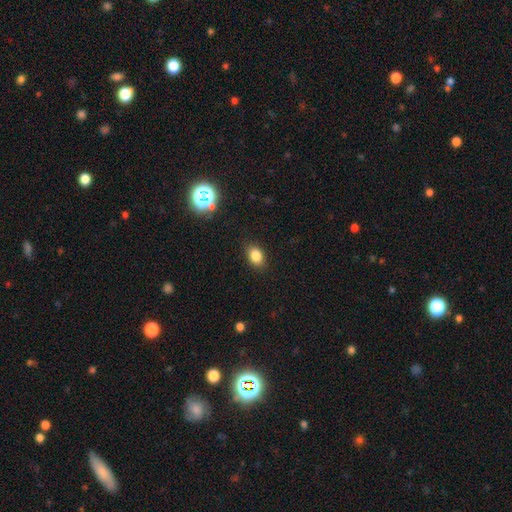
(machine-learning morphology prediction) This is clearly a smooth galaxy (83%). How rounded: likely in between (75%). Merging: clearly none (87%).